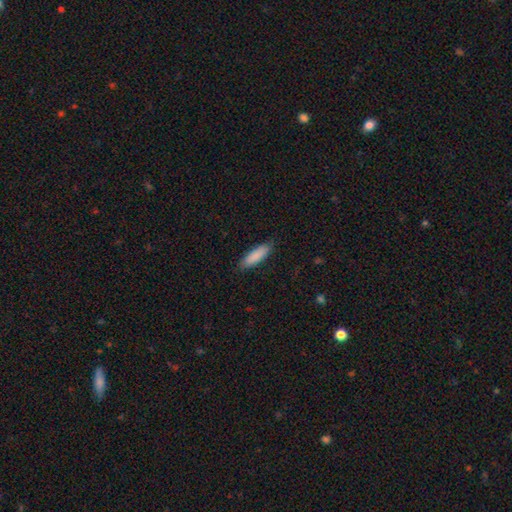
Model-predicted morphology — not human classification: This appears to be a smooth galaxy with no disk features (87%) that is cigar-shaped (55%). Merging: none (85%).